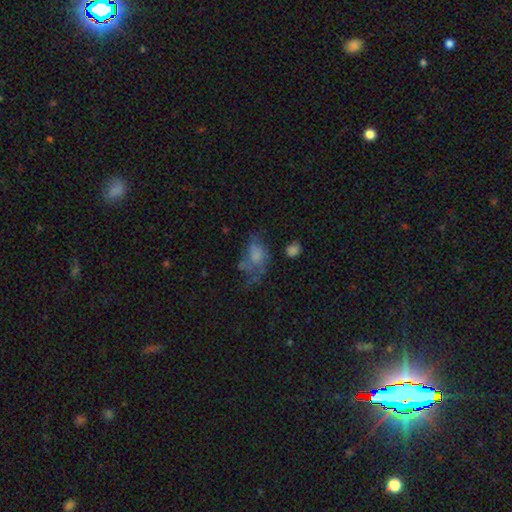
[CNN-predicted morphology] This appears to be a smooth galaxy with no disk features (49%). Merging: major disturbance (43%).